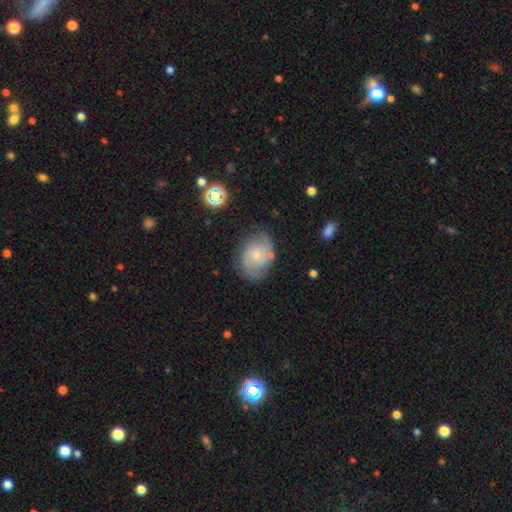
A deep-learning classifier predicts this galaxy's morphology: Smooth or featured? Predicted: featured or disk (p=0.61). Edge-on disk? Predicted: no (p=0.97). Bar? Predicted: no (p=0.72). Spiral arms? Predicted: yes (p=0.86). Spiral winding? Predicted: tight (p=0.45). Spiral arm count? Predicted: 2 (p=0.63). Bulge size? Predicted: small (p=0.72). Merging? Predicted: none (p=0.71).